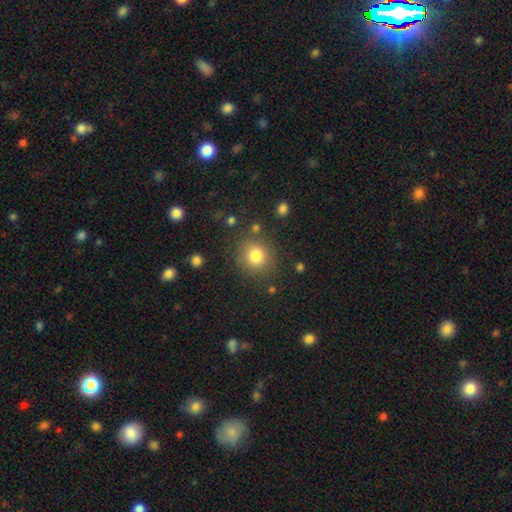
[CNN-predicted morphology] smooth 80%, star or artifact 12%, featured or disk 8%. Down the decision tree: how rounded — round (88%); merging — none (83%).